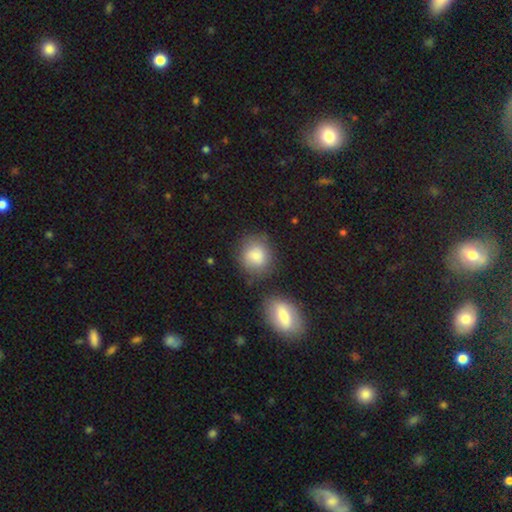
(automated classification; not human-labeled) This is clearly a smooth galaxy (84%). How rounded: likely round (75%). Merging: likely none (69%).